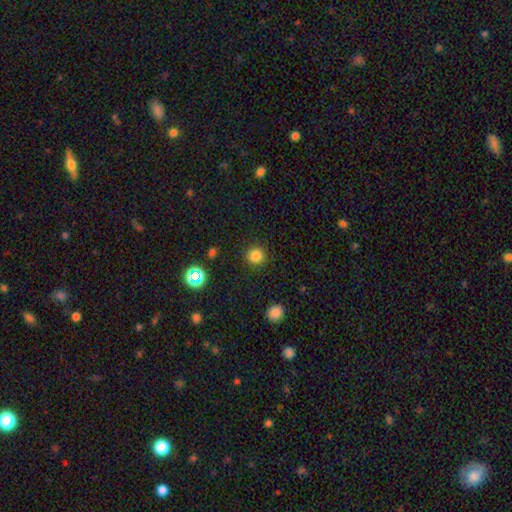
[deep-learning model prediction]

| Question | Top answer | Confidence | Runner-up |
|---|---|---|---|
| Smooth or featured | smooth | 81% | star or artifact (15%) |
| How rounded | round | 94% | in between (5%) |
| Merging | none | 91% | minor disturbance (5%) |